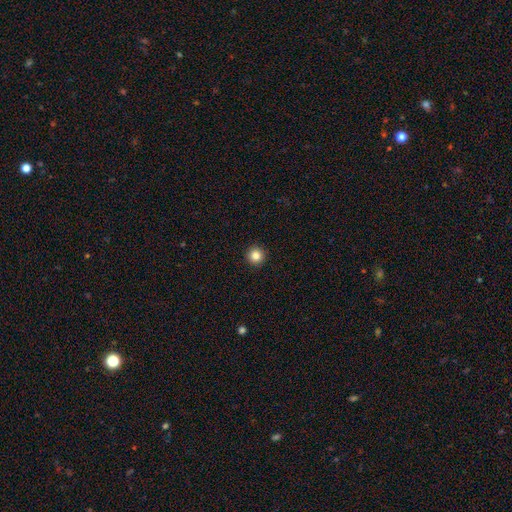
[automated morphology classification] The model was most divided on "smooth or featured": smooth: 84%, star or artifact: 11%, featured or disk: 5%. More confident: how rounded — round (96%); merging — none (94%).